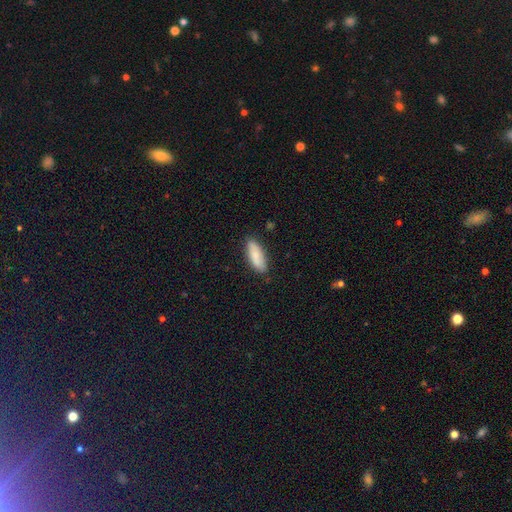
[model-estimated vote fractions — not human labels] Smooth or featured?
  - smooth: 84% *
  - featured or disk: 11%
  - star or artifact: 6%
How rounded?
  - in between: 67% *
  - cigar-shaped: 31%
  - round: 2%
Merging?
  - none: 83% *
  - minor disturbance: 13%
  - major disturbance: 2%
  - merger: 1%